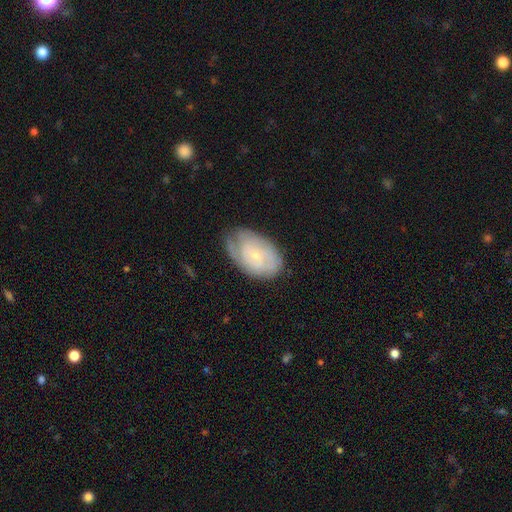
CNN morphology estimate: Q: Smooth or featured?
A: featured or disk (62%); runner-up: smooth (31%)
Q: Edge-on disk?
A: no (96%); runner-up: yes (4%)
Q: Bar?
A: no (67%); runner-up: weak (28%)
Q: Spiral arms?
A: yes (82%); runner-up: no (18%)
Q: Bulge size?
A: small (78%); runner-up: moderate (17%)
Q: Merging?
A: none (62%); runner-up: minor disturbance (27%)